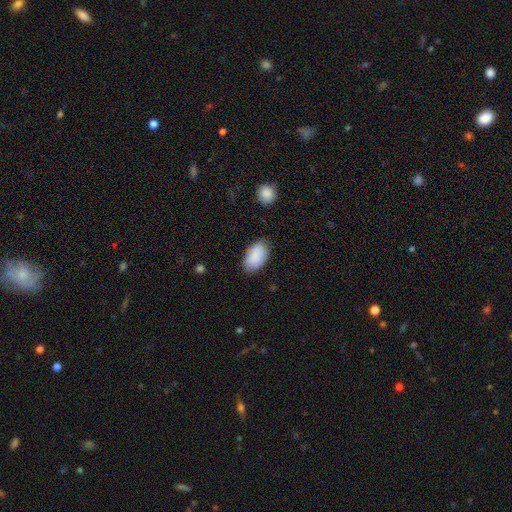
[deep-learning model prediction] This is clearly a smooth galaxy (87%). How rounded: clearly in between (94%). Merging: likely none (78%).